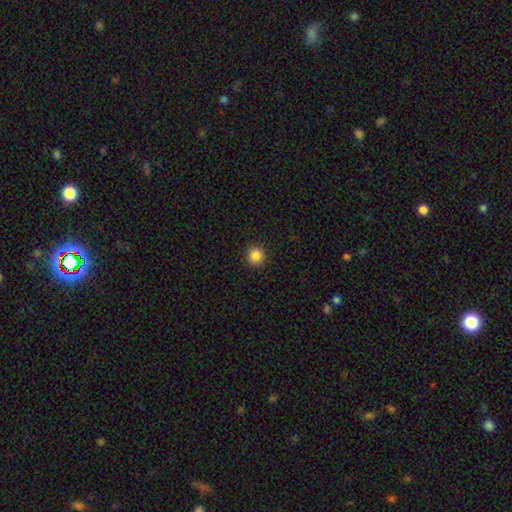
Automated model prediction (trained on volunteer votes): A smooth galaxy with no disk features (85%) that is round (95%).

Vote fractions:
- Smooth or featured? smooth: 85% / star or artifact: 11% / featured or disk: 4%
- How rounded? round: 95% / in between: 4% / cigar-shaped: 1%
- Merging? none: 93% / minor disturbance: 5% / major disturbance: 2% / merger: 1%